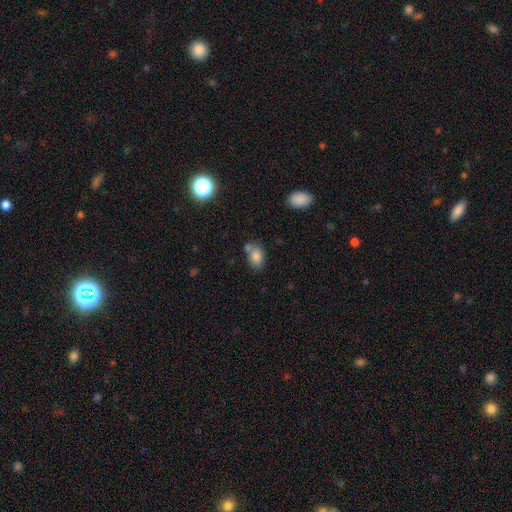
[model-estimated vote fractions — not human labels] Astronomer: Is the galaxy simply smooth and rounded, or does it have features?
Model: smooth — 82%.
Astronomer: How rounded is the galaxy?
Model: in between — 79%.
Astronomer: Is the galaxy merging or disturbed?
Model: none — 55%.